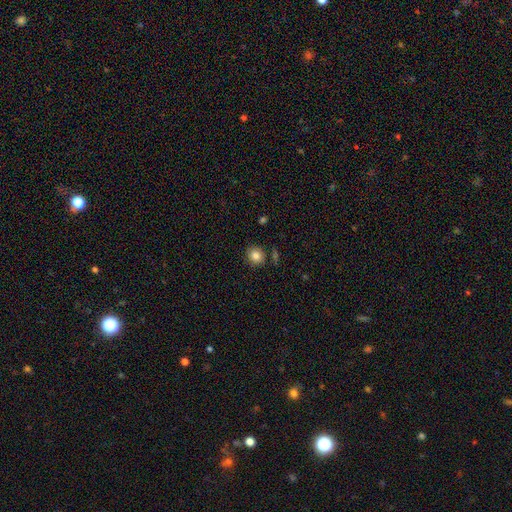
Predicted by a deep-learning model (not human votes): Overall: smooth (84%). How rounded: round (81%). Merging: none (82%).